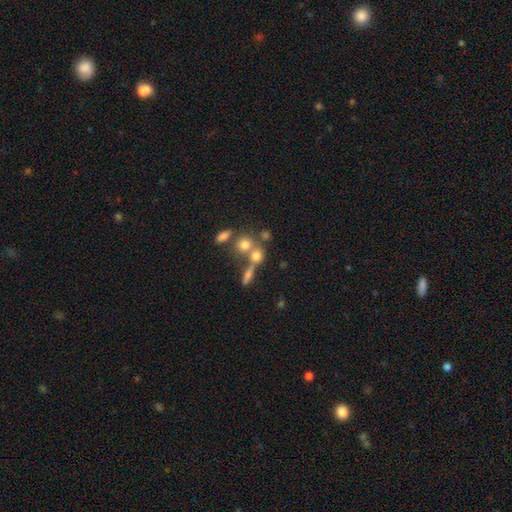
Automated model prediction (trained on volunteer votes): Smooth or featured? smooth (66%)
How rounded? round (76%)
Merging? merger (42%, tied with none)